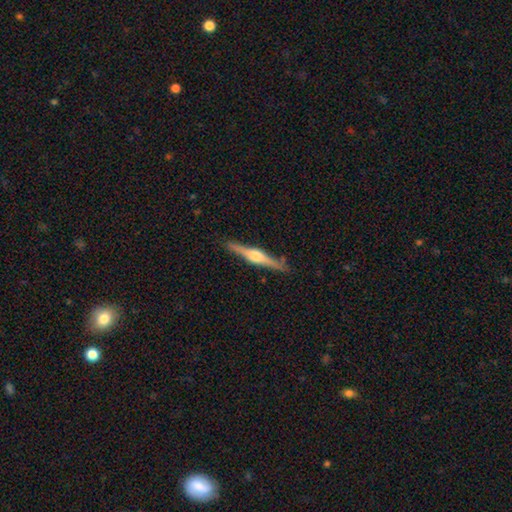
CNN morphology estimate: Q: Smooth or featured?
A: featured or disk (75%); runner-up: smooth (20%)
Q: Edge-on disk?
A: yes (98%); runner-up: no (2%)
Q: Edge-on bulge?
A: rounded (92%); runner-up: boxy (5%)
Q: Merging?
A: none (88%); runner-up: minor disturbance (9%)